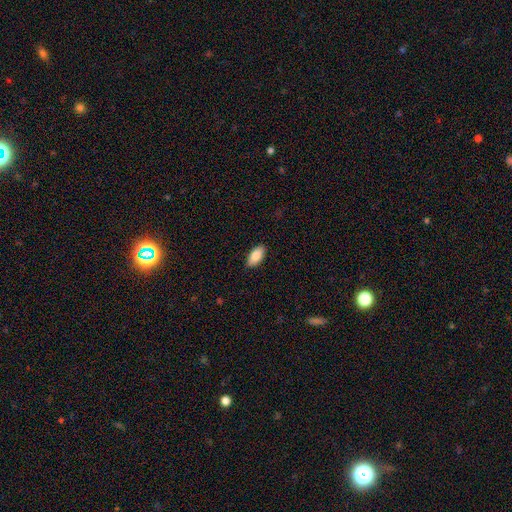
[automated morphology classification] smooth_or_featured: smooth (p=0.86) [alt: featured or disk p=0.07]
how_rounded: in between (p=0.93) [alt: cigar-shaped p=0.05]
merging: none (p=0.88) [alt: minor disturbance p=0.09]